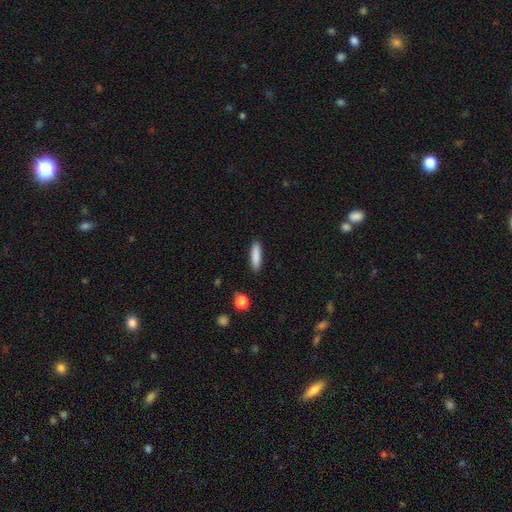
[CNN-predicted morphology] smooth-or-featured: smooth: 87% | star or artifact: 7% | featured or disk: 7%
  how-rounded: cigar-shaped: 72% | in between: 26% | round: 2%
  merging: none: 90% | minor disturbance: 7% | major disturbance: 2% | merger: 1%